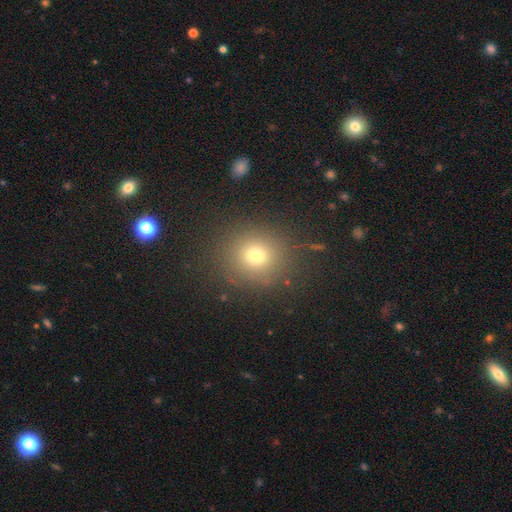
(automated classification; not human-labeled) Q: Smooth or featured?
A: smooth (72%); runner-up: star or artifact (18%)
Q: How rounded?
A: round (85%); runner-up: in between (14%)
Q: Merging?
A: none (85%); runner-up: minor disturbance (9%)